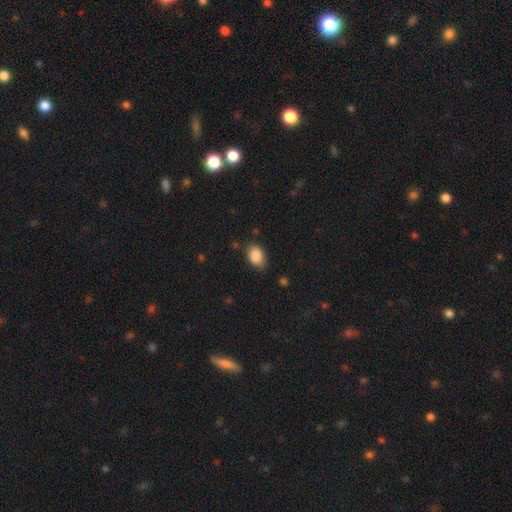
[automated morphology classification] Overall: smooth (88%). How rounded: in between (86%). Merging: none (73%).